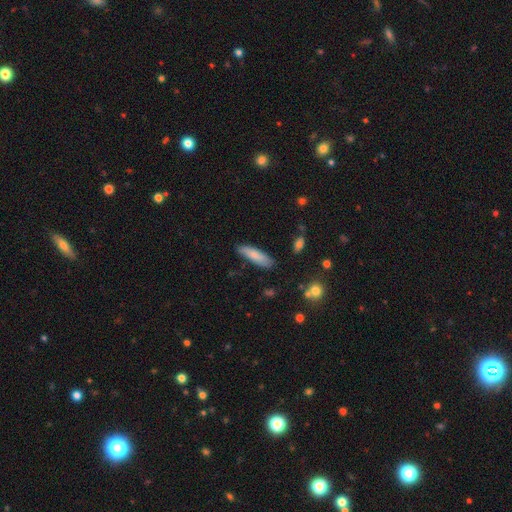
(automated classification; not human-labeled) Smooth or featured? smooth (79%)
How rounded? cigar-shaped (64%)
Merging? none (78%)